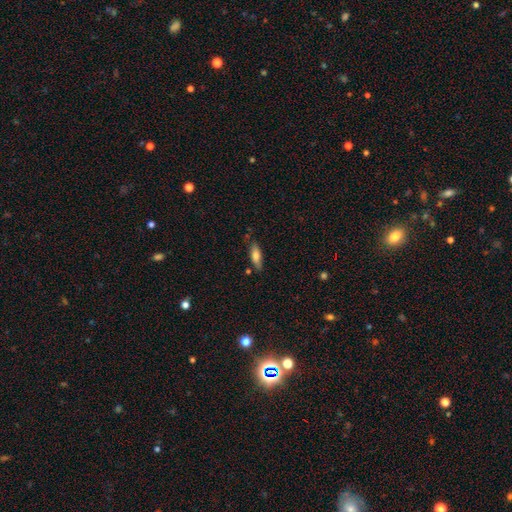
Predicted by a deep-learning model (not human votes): This appears to be a smooth galaxy with no disk features (72%) that is in between round and cigar-shaped (52%). Merging: none (74%).